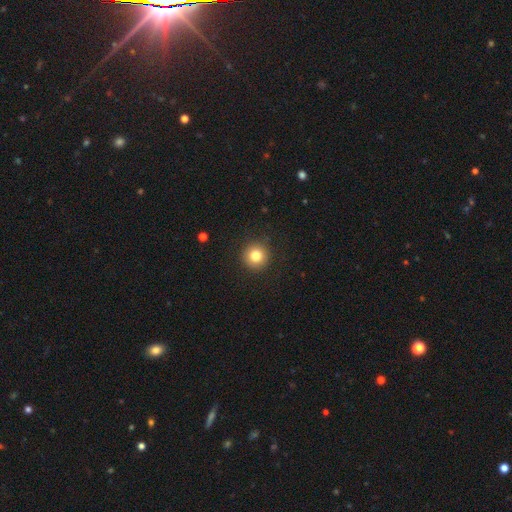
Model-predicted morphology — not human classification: This is clearly a smooth galaxy (82%). How rounded: clearly round (95%). Merging: clearly none (91%).